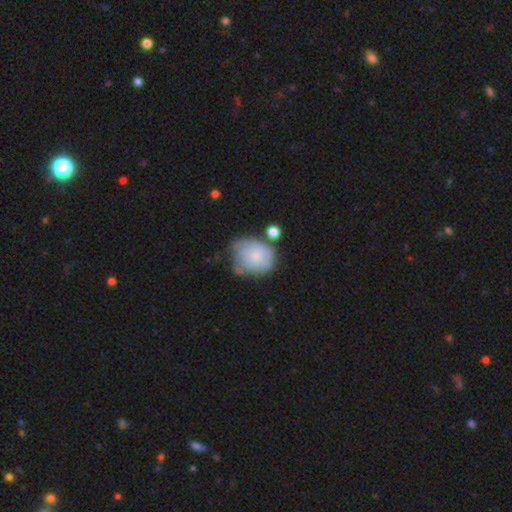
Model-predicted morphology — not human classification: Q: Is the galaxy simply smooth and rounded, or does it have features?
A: featured or disk — 54%.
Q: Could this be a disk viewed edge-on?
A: no — 98%.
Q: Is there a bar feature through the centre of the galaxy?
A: no — 80%.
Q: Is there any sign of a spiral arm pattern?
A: yes — 77%.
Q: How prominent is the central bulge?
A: small — 69%.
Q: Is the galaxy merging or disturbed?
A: none — 46%.